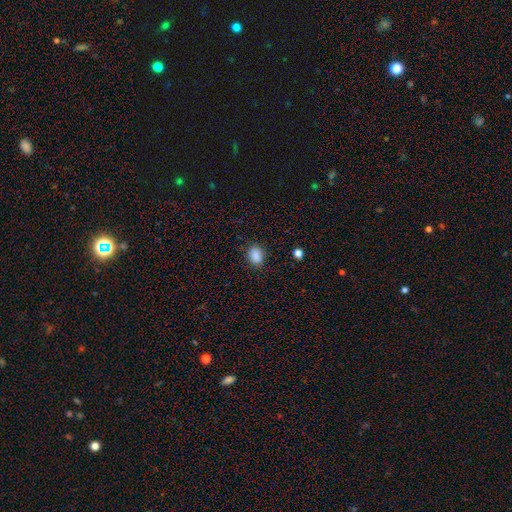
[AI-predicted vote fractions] smooth-or-featured: smooth: 87% | star or artifact: 10% | featured or disk: 3%
  how-rounded: in between: 71% | round: 28% | cigar-shaped: 1%
  merging: none: 83% | minor disturbance: 13% | major disturbance: 3% | merger: 1%